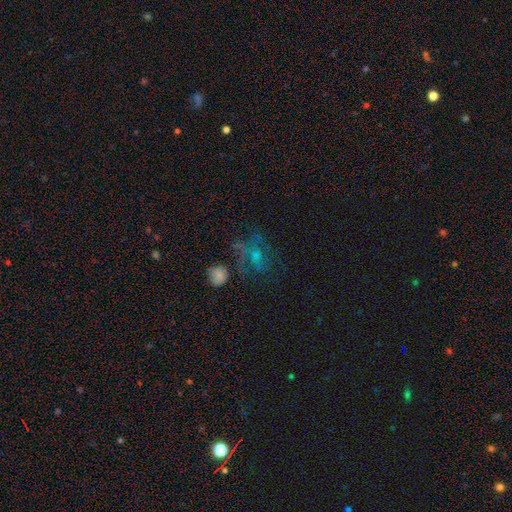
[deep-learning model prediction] Smooth or featured? Predicted: featured or disk (p=0.46). Merging? Predicted: none (p=0.45).